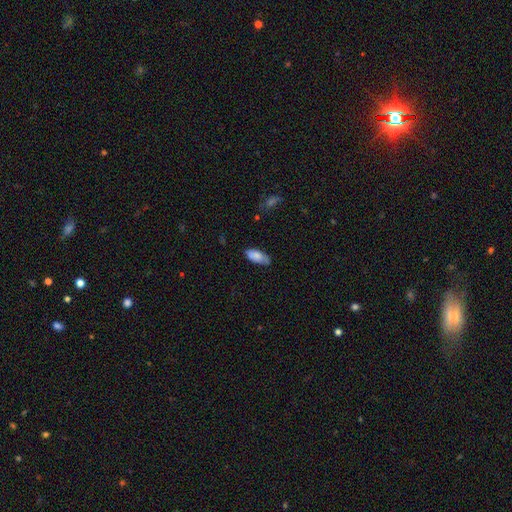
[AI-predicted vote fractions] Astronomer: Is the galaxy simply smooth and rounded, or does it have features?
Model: smooth — 78%.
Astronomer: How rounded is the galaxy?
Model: in between — 88%.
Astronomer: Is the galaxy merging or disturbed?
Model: none — 68%.